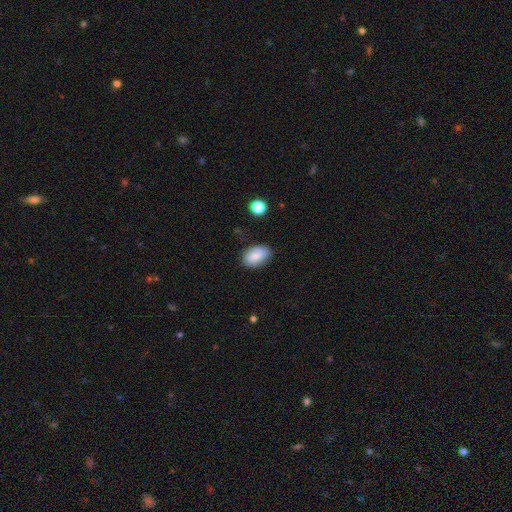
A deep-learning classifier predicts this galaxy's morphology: smooth 76%, featured or disk 16%, star or artifact 8%. Down the decision tree: how rounded — in between (87%); merging — none (77%).